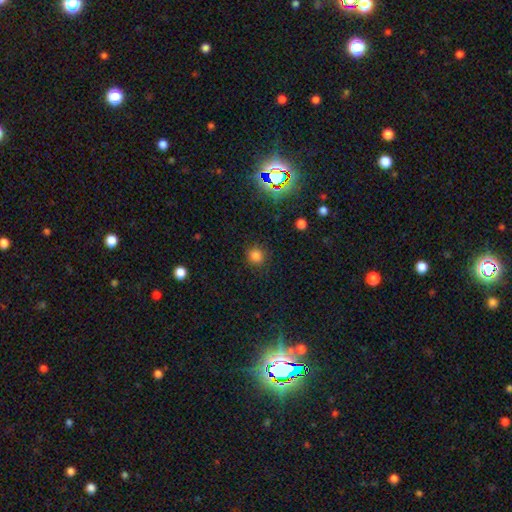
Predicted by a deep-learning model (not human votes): Smooth or featured? Predicted: smooth (p=0.78). How rounded? Predicted: round (p=0.92). Merging? Predicted: none (p=0.89).